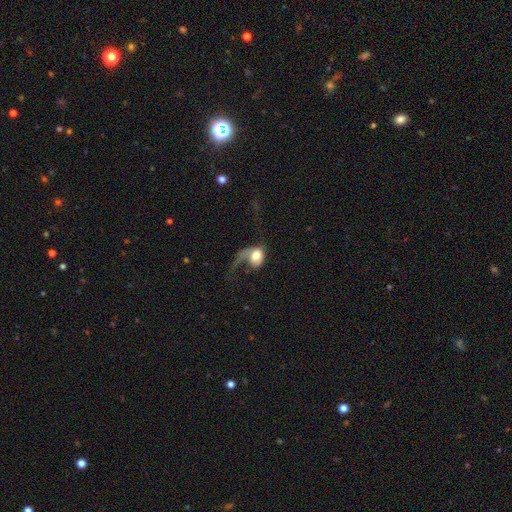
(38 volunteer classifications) Volunteers were most divided on "bulge size": moderate: 48%, large: 35%, dominant: 9%, small: 4%, none: 4%. Remaining: edge-on disk — no (96%); spiral arms — yes (91%); spiral arm count — 1 (86%); bar — no (74%); spiral winding — loose (67%); smooth or featured — featured or disk (63%); merging — major disturbance (49%).